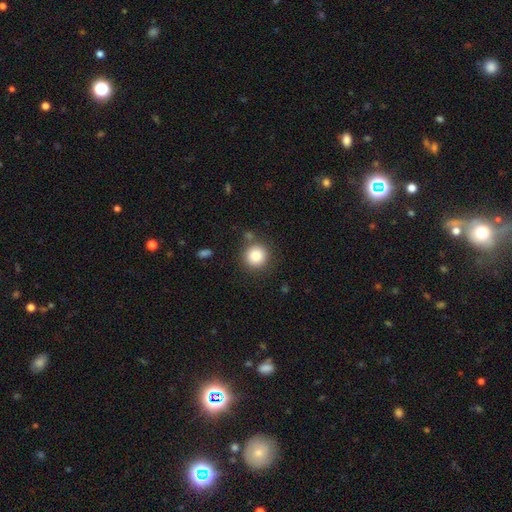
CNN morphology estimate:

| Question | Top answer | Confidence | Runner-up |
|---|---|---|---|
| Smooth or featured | smooth | 84% | star or artifact (10%) |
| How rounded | round | 94% | in between (5%) |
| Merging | none | 84% | minor disturbance (9%) |